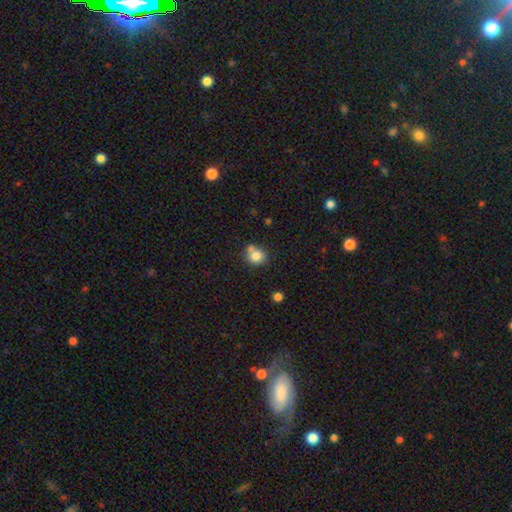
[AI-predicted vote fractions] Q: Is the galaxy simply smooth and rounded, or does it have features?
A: smooth — 81%.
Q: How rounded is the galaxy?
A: round — 75%.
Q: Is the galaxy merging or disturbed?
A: none — 55%.